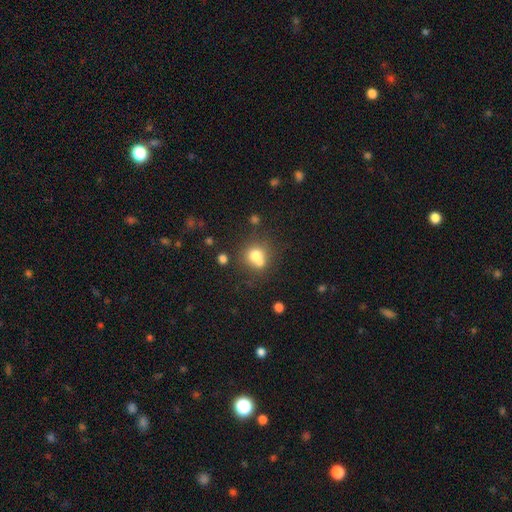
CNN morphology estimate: Smooth or featured? smooth (70%)
How rounded? round (79%)
Merging? merger (42%, tied with none)